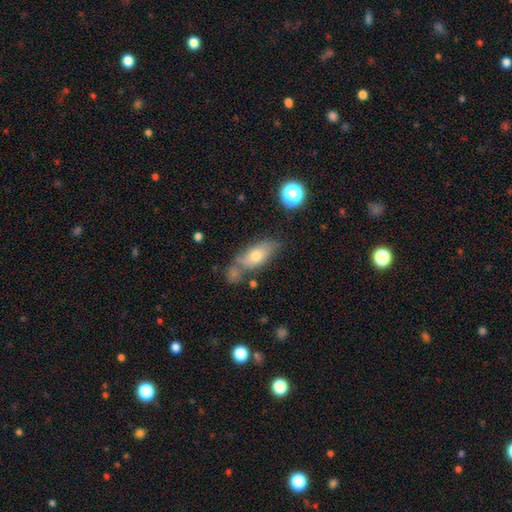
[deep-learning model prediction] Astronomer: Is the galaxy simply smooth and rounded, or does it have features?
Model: smooth — 67%.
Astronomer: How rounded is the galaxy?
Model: in between — 77%.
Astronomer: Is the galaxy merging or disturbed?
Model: none — 56%.